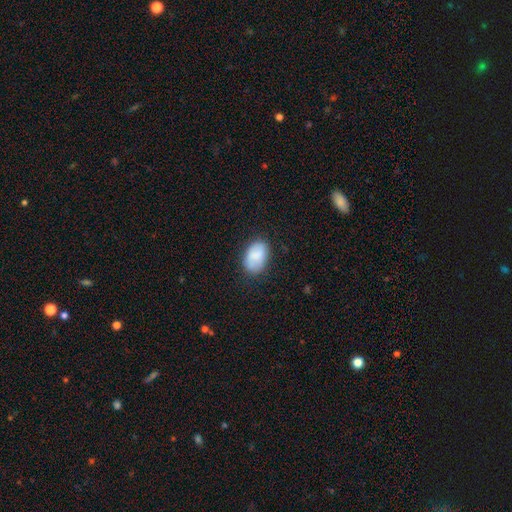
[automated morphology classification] Smooth or featured? smooth (84%)
How rounded? in between (88%)
Merging? none (73%)